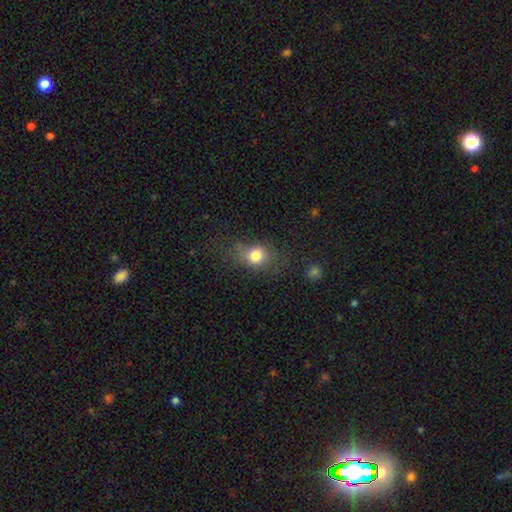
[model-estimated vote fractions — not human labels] smooth_or_featured: smooth (p=0.78) [alt: star or artifact p=0.12]
how_rounded: round (p=0.57) [alt: in between p=0.42]
merging: none (p=0.61) [alt: minor disturbance p=0.23]